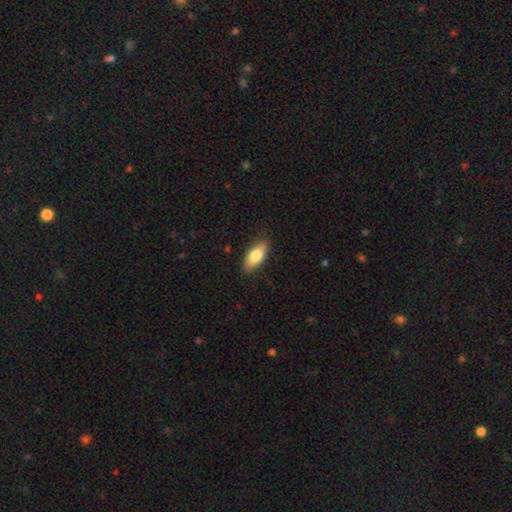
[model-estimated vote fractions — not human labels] A smooth galaxy with no disk features (78%) that is in between round and cigar-shaped (84%).

Vote fractions:
- Smooth or featured? smooth: 78% / featured or disk: 16% / star or artifact: 6%
- How rounded? in between: 84% / cigar-shaped: 13% / round: 3%
- Merging? none: 86% / minor disturbance: 11% / major disturbance: 2% / merger: 1%